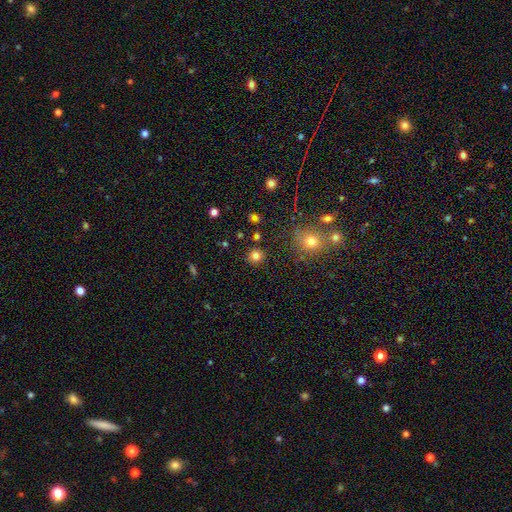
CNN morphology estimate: smooth-or-featured: smooth: 79% | star or artifact: 15% | featured or disk: 6%
  how-rounded: round: 91% | in between: 8% | cigar-shaped: 1%
  merging: none: 88% | minor disturbance: 7% | merger: 3% | major disturbance: 2%